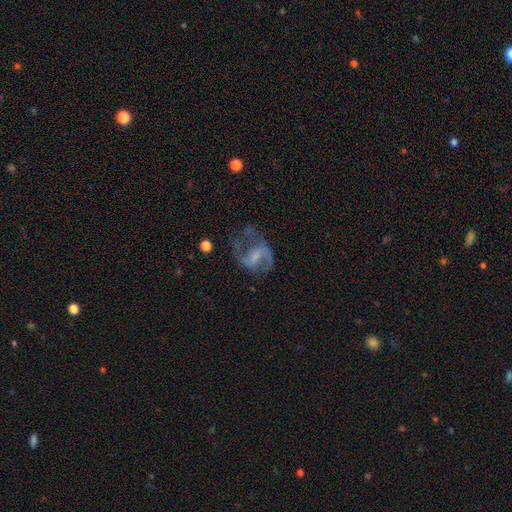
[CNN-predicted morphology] The model was most divided on "spiral winding": loose: 46%, medium: 44%, tight: 10%. Remaining: edge-on disk — no (98%); spiral arms — yes (87%); spiral arm count — 2 (82%); smooth or featured — featured or disk (77%); merging — none (49%); bar — weak (48%); bulge size — none (40%).